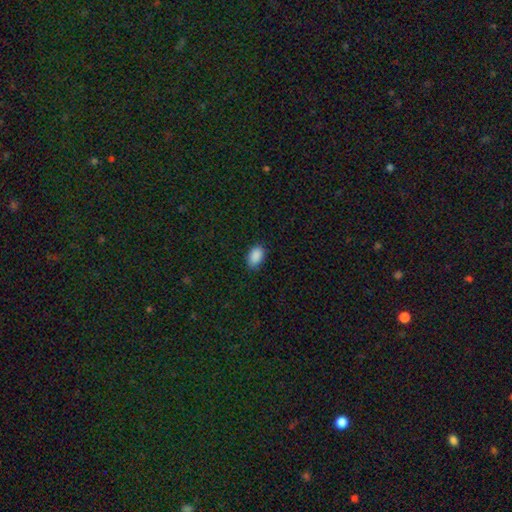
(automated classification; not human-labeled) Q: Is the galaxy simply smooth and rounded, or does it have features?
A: smooth — 89%.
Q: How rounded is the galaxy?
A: in between — 90%.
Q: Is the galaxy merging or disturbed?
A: none — 84%.